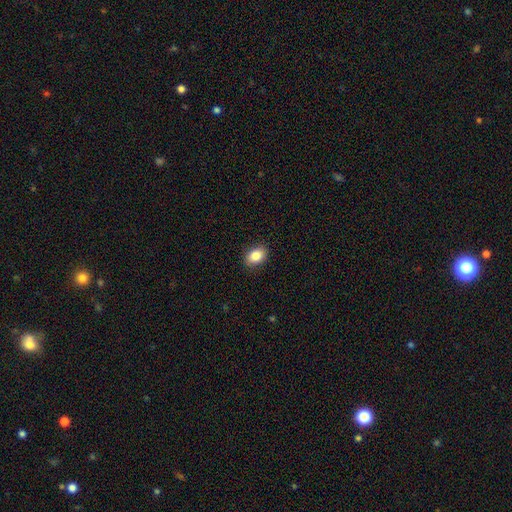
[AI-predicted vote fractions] Overall: smooth (86%). How rounded: in between (79%). Merging: none (89%).